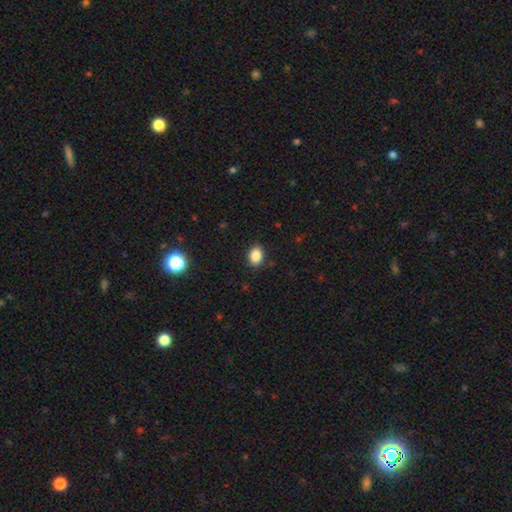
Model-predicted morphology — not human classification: This is clearly a smooth galaxy (87%). How rounded: likely in between (71%). Merging: clearly none (89%).